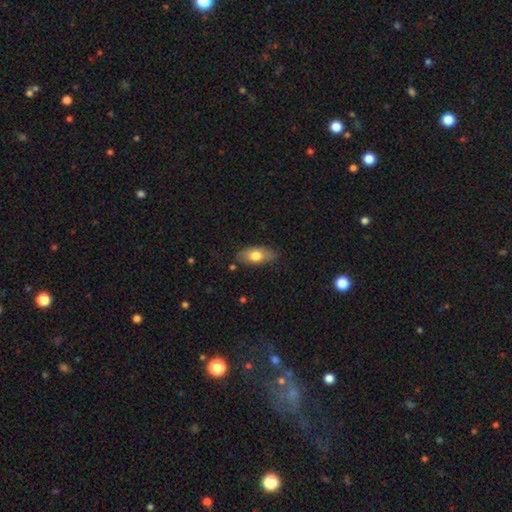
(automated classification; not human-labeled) Smooth or featured?
  - smooth: 72% *
  - featured or disk: 22%
  - star or artifact: 6%
How rounded?
  - in between: 89% *
  - cigar-shaped: 7%
  - round: 4%
Merging?
  - none: 78% *
  - minor disturbance: 17%
  - major disturbance: 3%
  - merger: 2%